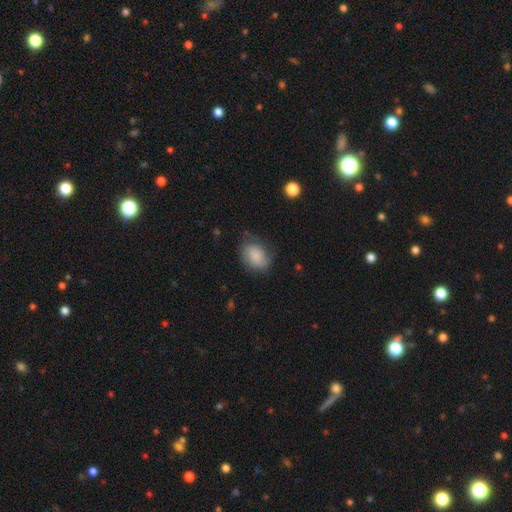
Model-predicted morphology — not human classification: smooth 78%, featured or disk 15%, star or artifact 8%. Down the decision tree: how rounded — in between (72%); merging — none (59%).